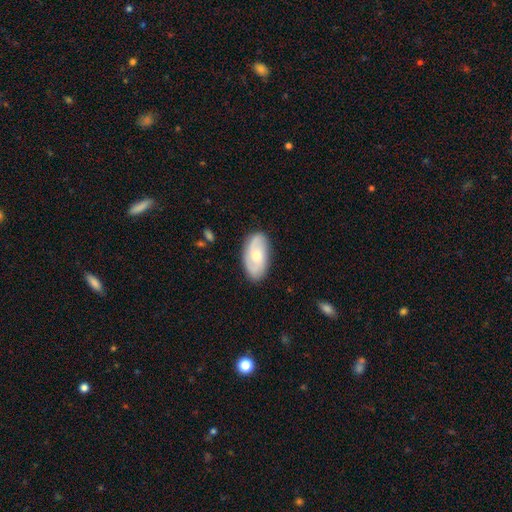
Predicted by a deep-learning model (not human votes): Morphology: type=featured or disk (57%); edge-on=no (93%); bar=no (67%); spiral arms=yes (85%); bulge=moderate (56%); merging=none (82%).